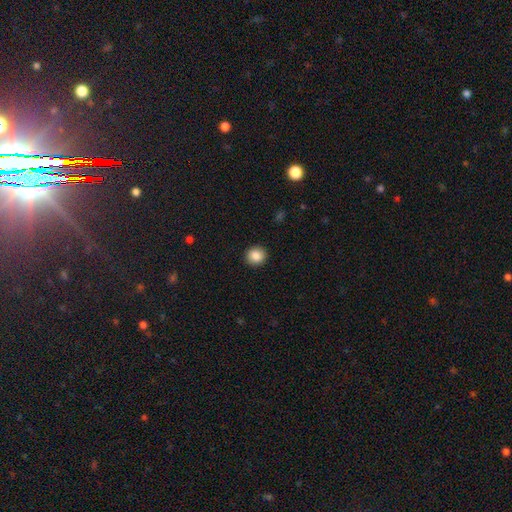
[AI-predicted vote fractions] smooth 87%, star or artifact 9%, featured or disk 4%. Down the decision tree: how rounded — round (90%); merging — none (92%).